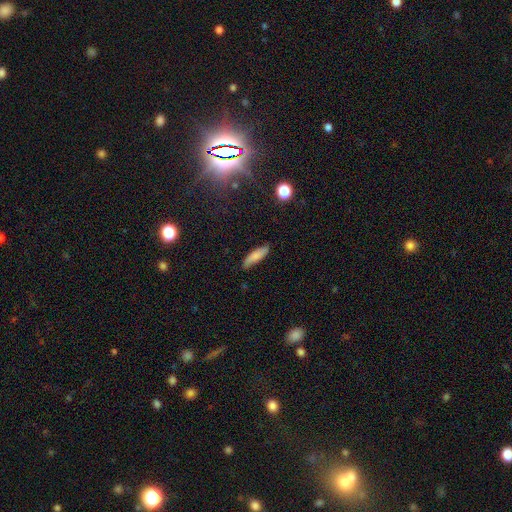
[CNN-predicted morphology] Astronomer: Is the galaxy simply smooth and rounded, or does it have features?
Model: smooth — 76%.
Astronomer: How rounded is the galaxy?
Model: cigar-shaped — 61% (runner-up: in between, 37%).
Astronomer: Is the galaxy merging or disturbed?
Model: none — 75%.